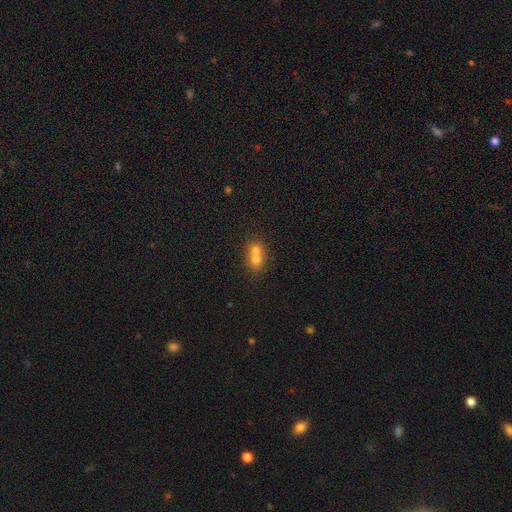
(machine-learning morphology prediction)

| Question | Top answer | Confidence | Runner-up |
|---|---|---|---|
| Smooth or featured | smooth | 69% | featured or disk (19%) |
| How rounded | round | 63% | in between (35%) |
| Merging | merger | 69% | none (23%) |